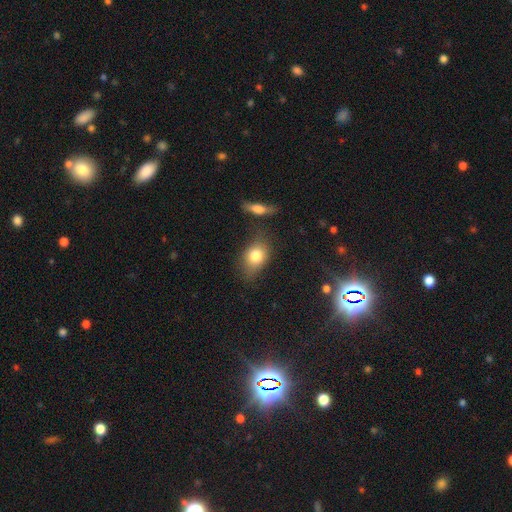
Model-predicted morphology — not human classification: Q: Smooth or featured?
A: smooth (80%); runner-up: featured or disk (12%)
Q: How rounded?
A: in between (71%); runner-up: round (27%)
Q: Merging?
A: none (62%); runner-up: minor disturbance (22%)